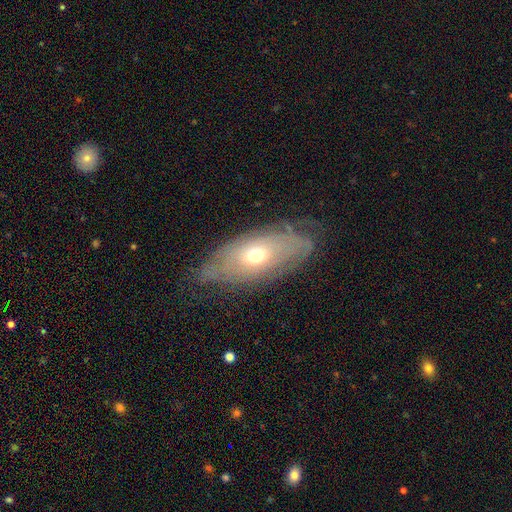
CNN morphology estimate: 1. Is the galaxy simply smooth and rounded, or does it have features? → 56% featured or disk, 37% smooth, 8% star or artifact.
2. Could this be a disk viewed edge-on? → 81% no, 19% yes.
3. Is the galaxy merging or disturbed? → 64% none, 25% minor disturbance, 10% major disturbance, 1% merger.